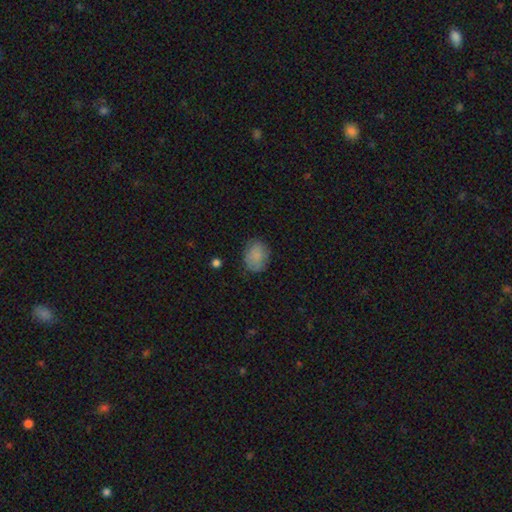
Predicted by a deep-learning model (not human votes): smooth-or-featured: smooth: 82% | featured or disk: 10% | star or artifact: 8%
  how-rounded: in between: 54% | round: 45% | cigar-shaped: 1%
  merging: none: 73% | minor disturbance: 20% | major disturbance: 6% | merger: 1%